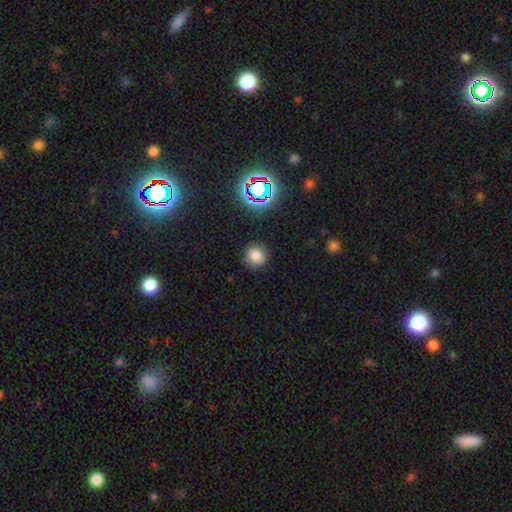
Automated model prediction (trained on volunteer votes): This appears to be a smooth galaxy with no disk features (77%) that is round (88%). Merging: none (88%).